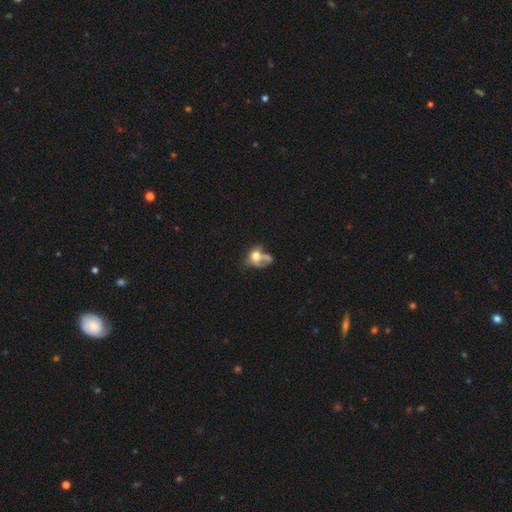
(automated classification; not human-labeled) The model was most divided on "merging": merger: 40%, major disturbance: 26%, none: 20%, minor disturbance: 14%. More confident: smooth or featured — smooth (60%); how rounded — in between (57%).